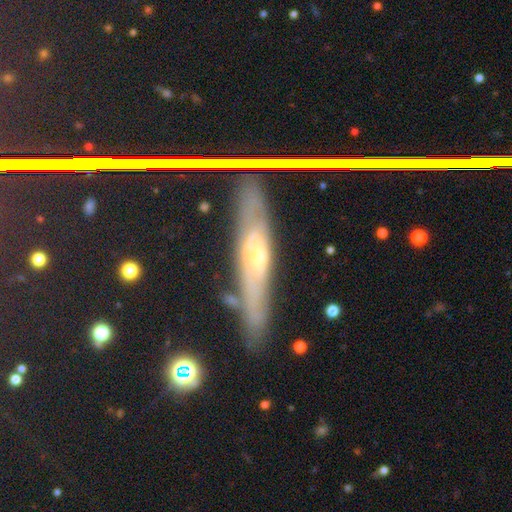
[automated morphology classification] Smooth or featured? Predicted: featured or disk (p=0.50). Merging? Predicted: none (p=0.82).